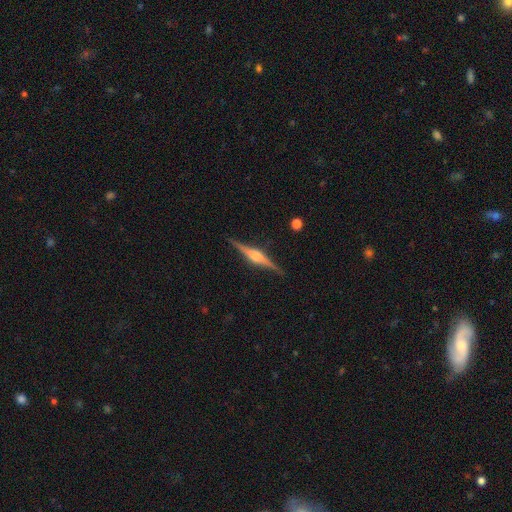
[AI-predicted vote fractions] Smooth or featured: featured or disk — 84% (smooth — 11%)
Edge-on disk: yes — 98% (no — 2%)
Edge-on bulge: rounded — 84% (boxy — 14%)
Merging: none — 89% (minor disturbance — 8%)